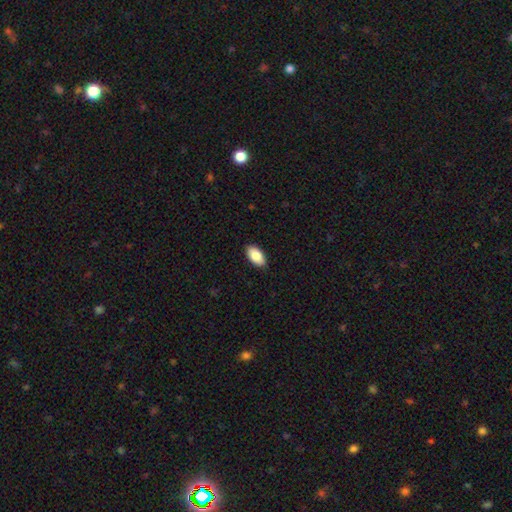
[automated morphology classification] A smooth galaxy with no disk features (87%) that is in between round and cigar-shaped (95%). Merging: none (89%).